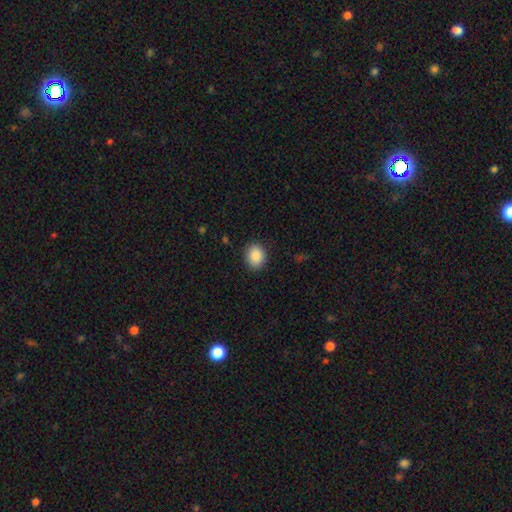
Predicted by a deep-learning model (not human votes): Smooth or featured? smooth (89%)
How rounded? round (54%)
Merging? none (88%)